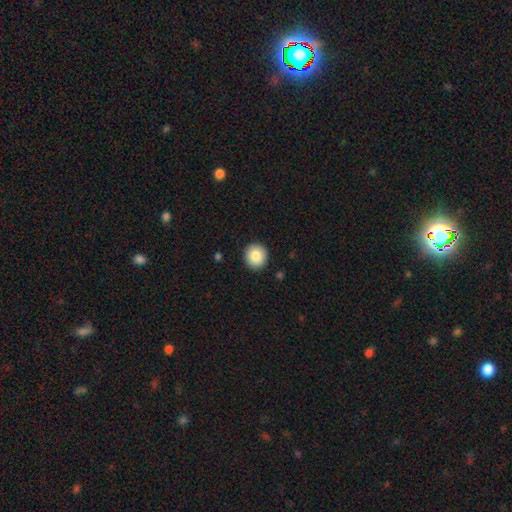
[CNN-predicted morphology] type=smooth (85%); roundness=round (91%); merging=none (92%).